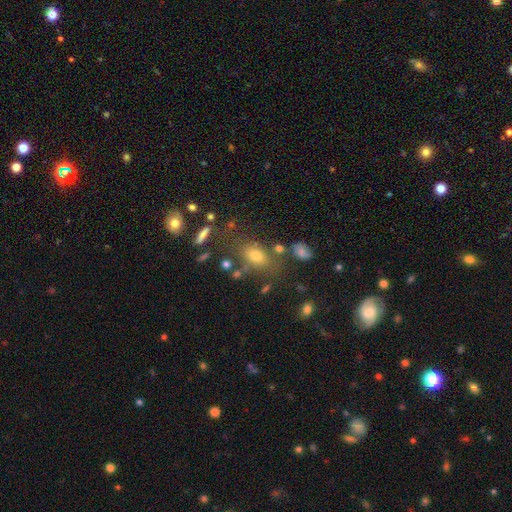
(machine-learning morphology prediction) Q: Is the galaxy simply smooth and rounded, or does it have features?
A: smooth — 68%.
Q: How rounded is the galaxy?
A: in between — 79%.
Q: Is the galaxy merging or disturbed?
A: none — 70%.